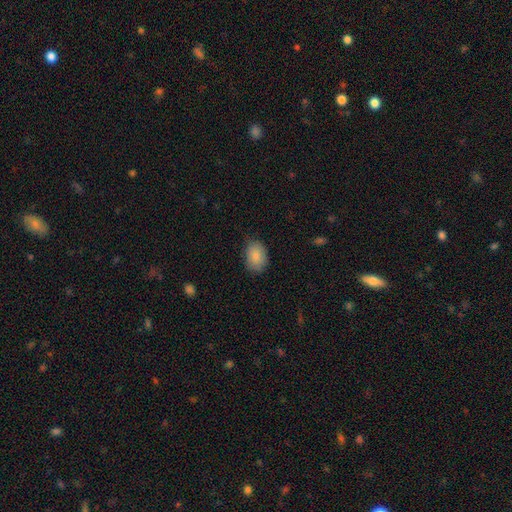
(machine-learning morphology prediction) smooth-or-featured: smooth: 87% | star or artifact: 7% | featured or disk: 6%
  how-rounded: in between: 78% | round: 21% | cigar-shaped: 1%
  merging: none: 78% | minor disturbance: 18% | major disturbance: 3% | merger: 1%